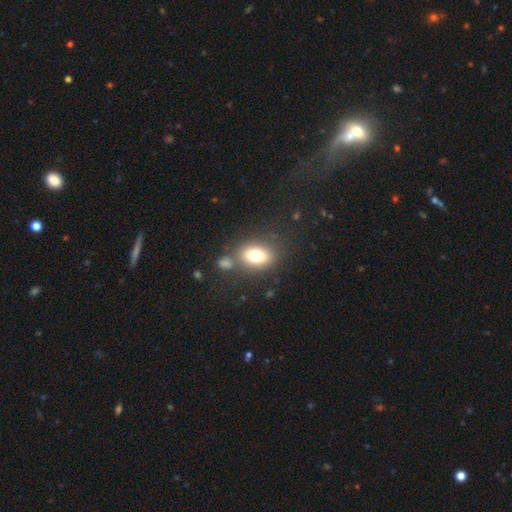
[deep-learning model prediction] Q: Smooth or featured?
A: smooth (77%); runner-up: featured or disk (13%)
Q: How rounded?
A: in between (75%); runner-up: round (23%)
Q: Merging?
A: none (71%); runner-up: minor disturbance (12%)